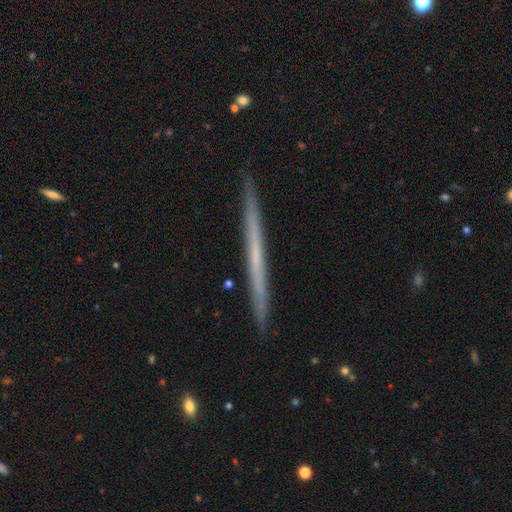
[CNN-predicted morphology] Smooth or featured?
  - featured or disk: 55% *
  - smooth: 40%
  - star or artifact: 6%
Edge-on disk?
  - yes: 97% *
  - no: 3%
Edge-on bulge?
  - none: 93% *
  - rounded: 5%
  - boxy: 2%
Merging?
  - none: 91% *
  - minor disturbance: 6%
  - major disturbance: 1%
  - merger: 1%